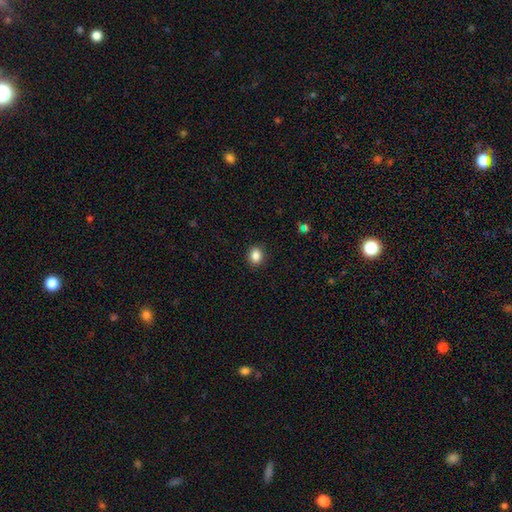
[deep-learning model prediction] A smooth galaxy with no disk features (86%) that is round (61%).

Vote fractions:
- Smooth or featured? smooth: 86% / star or artifact: 10% / featured or disk: 4%
- How rounded? round: 61% / in between: 38% / cigar-shaped: 1%
- Merging? none: 90% / minor disturbance: 7% / major disturbance: 2% / merger: 1%